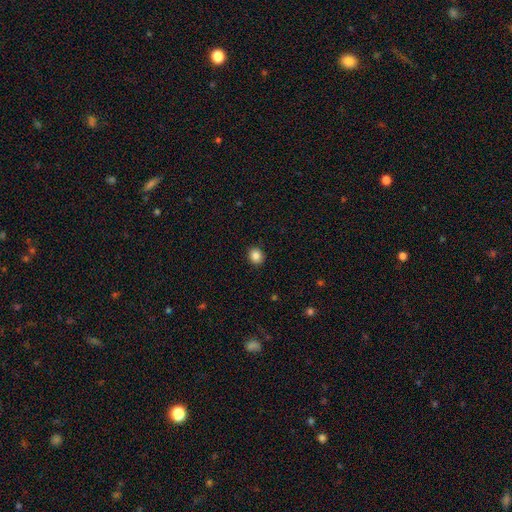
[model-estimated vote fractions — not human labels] Smooth or featured: smooth — 86% (star or artifact — 10%)
How rounded: round — 75% (in between — 24%)
Merging: none — 91% (minor disturbance — 6%)